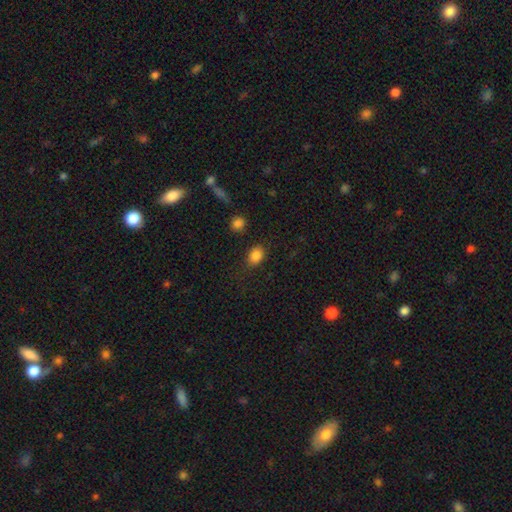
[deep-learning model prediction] This is clearly a smooth galaxy (84%). How rounded: likely in between (73%). Merging: clearly none (82%).